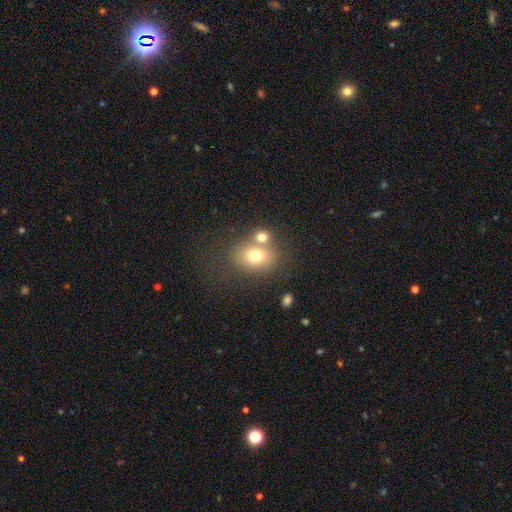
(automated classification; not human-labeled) Smooth or featured? smooth (72%)
How rounded? in between (53%)
Merging? none (51%)